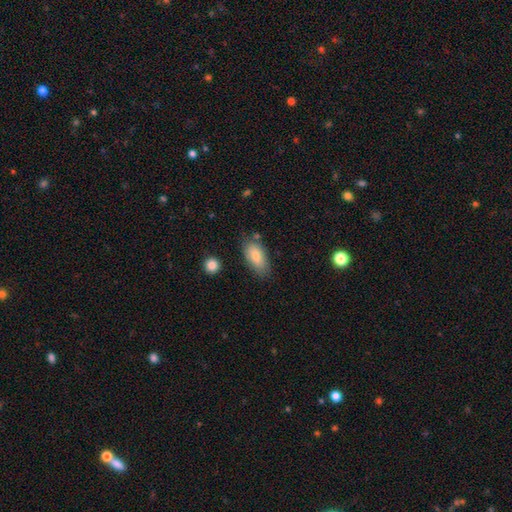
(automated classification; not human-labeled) Overall: smooth (80%). How rounded: in between (89%). Merging: none (71%).